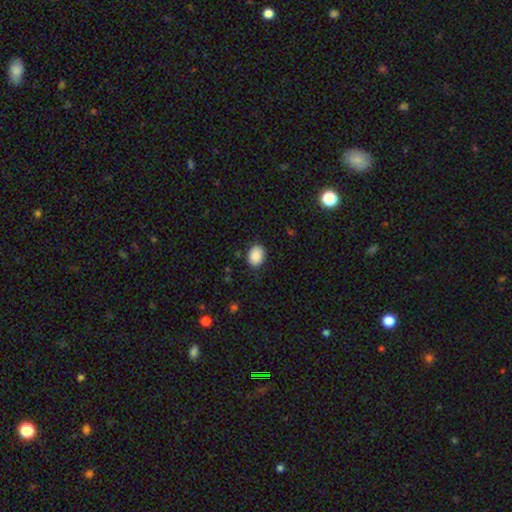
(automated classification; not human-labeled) smooth-or-featured: smooth: 90% | star or artifact: 7% | featured or disk: 3%
  how-rounded: in between: 66% | round: 33% | cigar-shaped: 1%
  merging: none: 87% | minor disturbance: 9% | major disturbance: 2% | merger: 1%